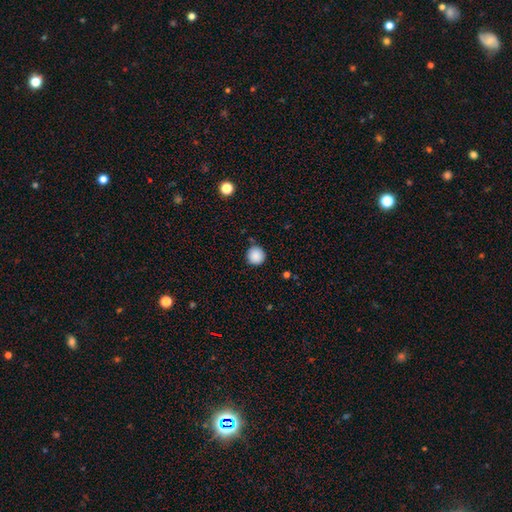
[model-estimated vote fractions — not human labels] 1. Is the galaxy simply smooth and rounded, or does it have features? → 88% smooth, 9% star or artifact, 3% featured or disk.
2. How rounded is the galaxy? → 95% round, 4% in between, 1% cigar-shaped.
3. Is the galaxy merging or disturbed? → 86% none, 10% minor disturbance, 2% major disturbance, 2% merger.